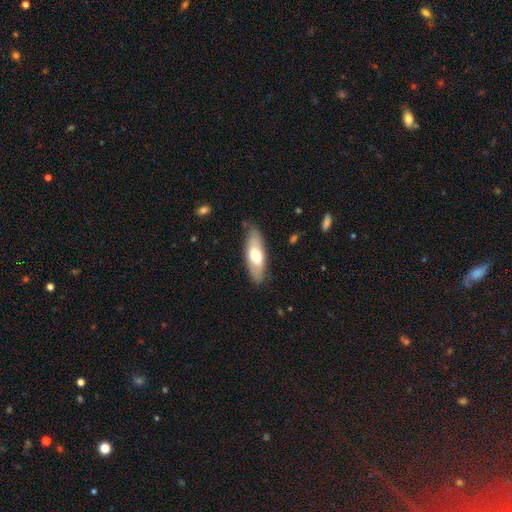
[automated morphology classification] smooth_or_featured: smooth (p=0.60) [alt: featured or disk p=0.35]
how_rounded: in between (p=0.64) [alt: cigar-shaped p=0.34]
merging: none (p=0.80) [alt: minor disturbance p=0.16]